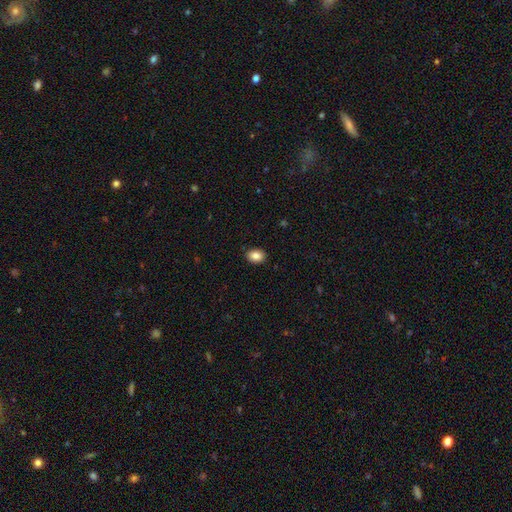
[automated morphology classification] smooth-or-featured: smooth: 87% | star or artifact: 9% | featured or disk: 5%
  how-rounded: in between: 70% | round: 29% | cigar-shaped: 1%
  merging: none: 90% | minor disturbance: 7% | major disturbance: 2% | merger: 1%